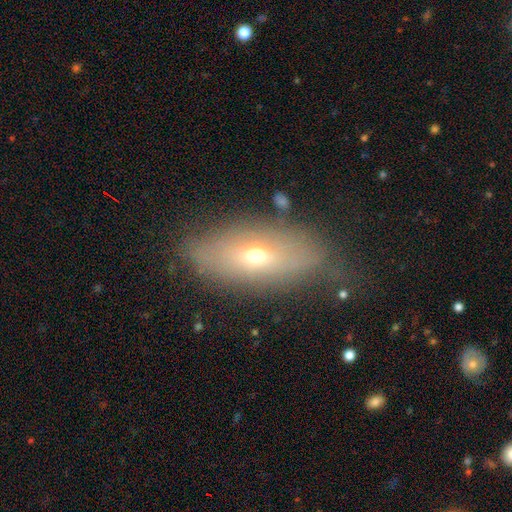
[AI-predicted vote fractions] Smooth or featured?
  - smooth: 51% *
  - featured or disk: 37%
  - star or artifact: 12%
How rounded?
  - in between: 76% *
  - cigar-shaped: 17%
  - round: 7%
Merging?
  - none: 68% *
  - minor disturbance: 19%
  - major disturbance: 10%
  - merger: 3%